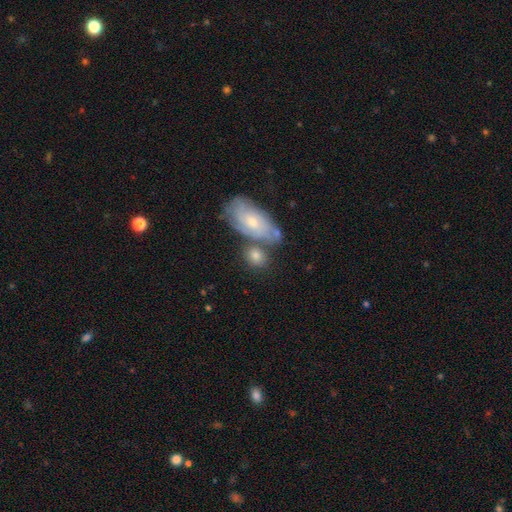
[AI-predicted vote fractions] A smooth galaxy with no disk features (72%) that is in between round and cigar-shaped (53%). Merging: none (53%).